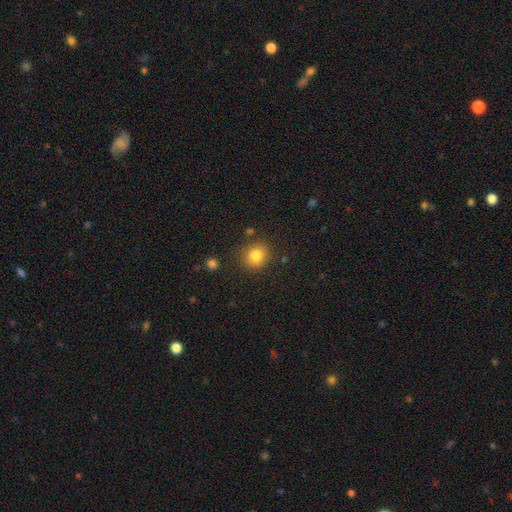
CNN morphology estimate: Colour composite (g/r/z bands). It shows a smooth galaxy with no disk features (83%) that is round (86%). Merging: none (84%).